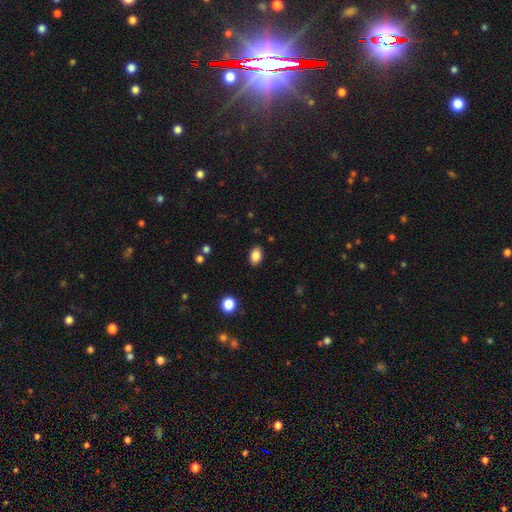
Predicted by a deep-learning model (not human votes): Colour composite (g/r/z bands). It shows a smooth galaxy with no disk features (86%) that is in between round and cigar-shaped (85%). Merging: none (86%).